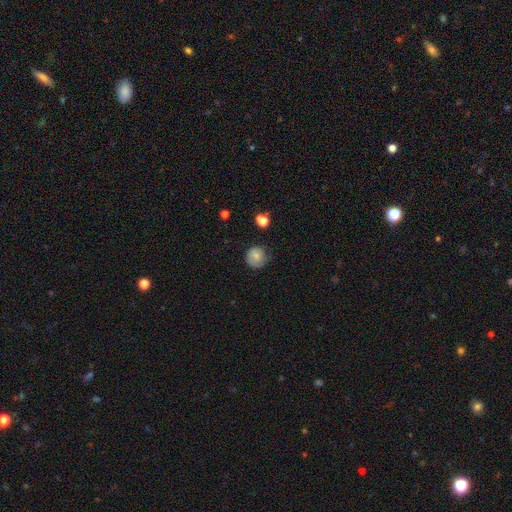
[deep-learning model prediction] Smooth or featured? smooth (77%)
How rounded? round (88%)
Merging? none (67%)